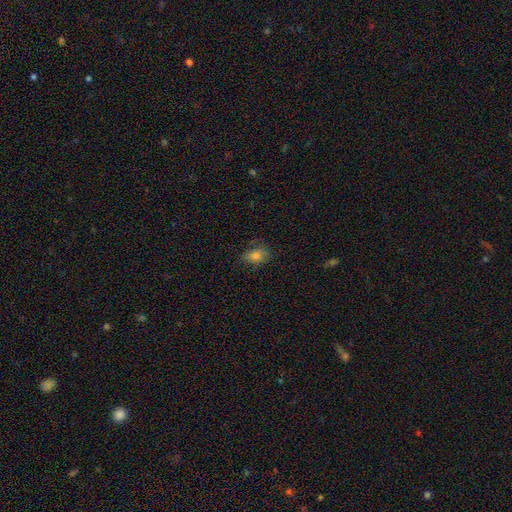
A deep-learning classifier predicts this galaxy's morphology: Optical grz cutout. It shows a smooth galaxy with no disk features (78%) that is in between round and cigar-shaped (78%). Merging: none (72%).